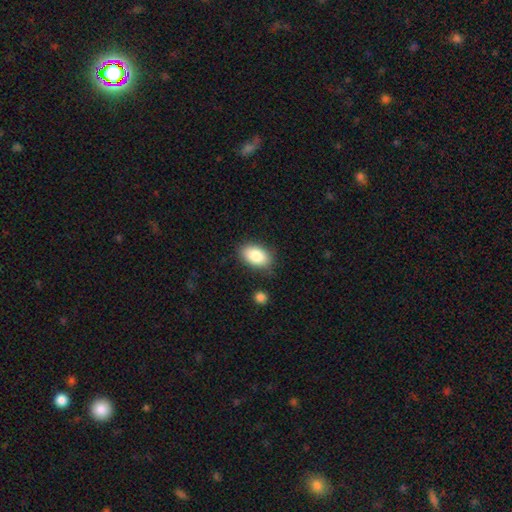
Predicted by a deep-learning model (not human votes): Smooth or featured? Predicted: smooth (p=0.85). How rounded? Predicted: in between (p=0.91). Merging? Predicted: none (p=0.83).